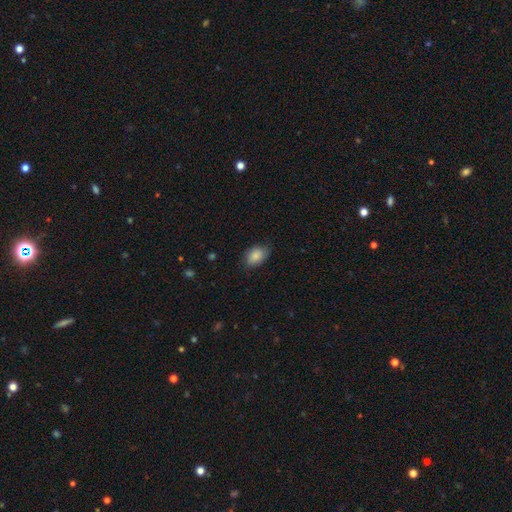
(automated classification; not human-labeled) Smooth or featured?
  - smooth: 87% *
  - star or artifact: 7%
  - featured or disk: 6%
How rounded?
  - in between: 86% *
  - round: 13%
  - cigar-shaped: 1%
Merging?
  - none: 76% *
  - minor disturbance: 19%
  - major disturbance: 3%
  - merger: 1%